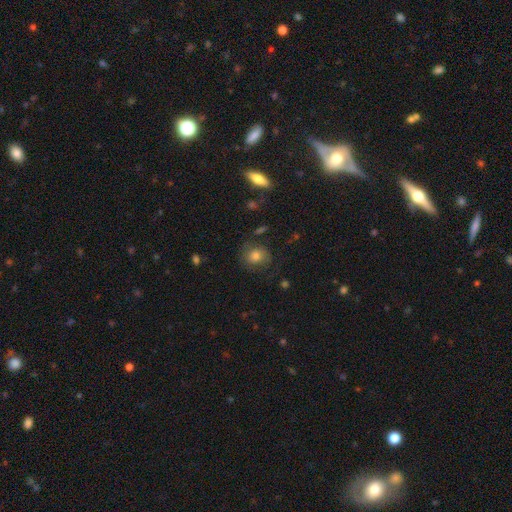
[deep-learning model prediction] This is likely a smooth galaxy (63%). How rounded: likely round (70%). Merging: likely none (69%).